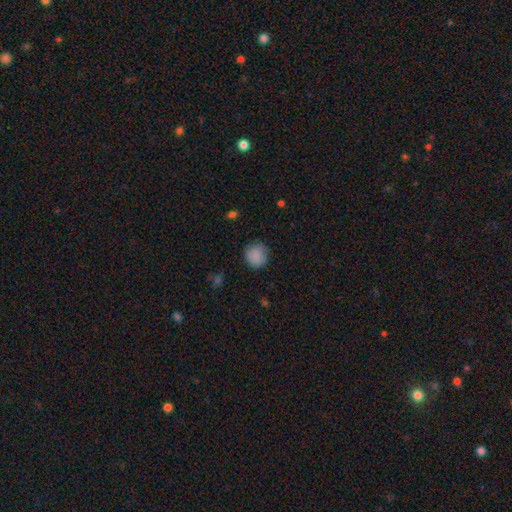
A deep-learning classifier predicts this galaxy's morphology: Smooth or featured? Predicted: smooth (p=0.86). How rounded? Predicted: round (p=0.89). Merging? Predicted: none (p=0.77).